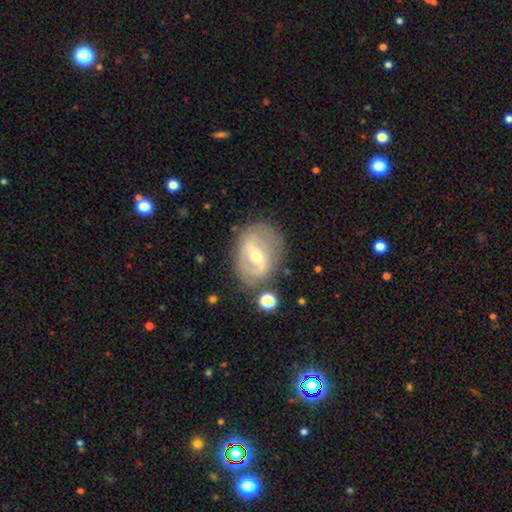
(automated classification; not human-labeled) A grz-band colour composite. It shows a featured or disk galaxy (71%) with a strong bar (49%), spiral arms (57%) and a moderate central bulge (57%). Merging: none (71%).